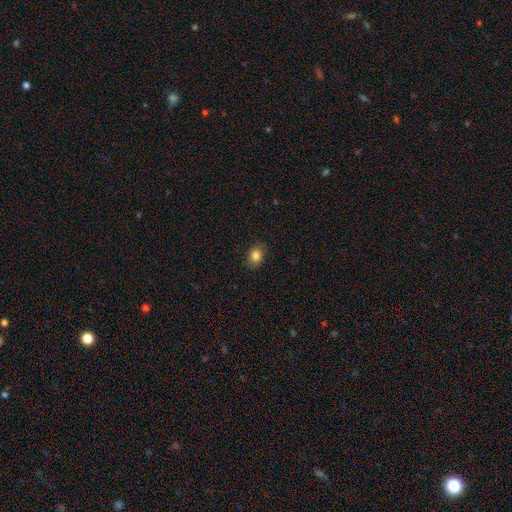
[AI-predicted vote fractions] Smooth or featured? smooth (83%)
How rounded? in between (62%)
Merging? none (85%)